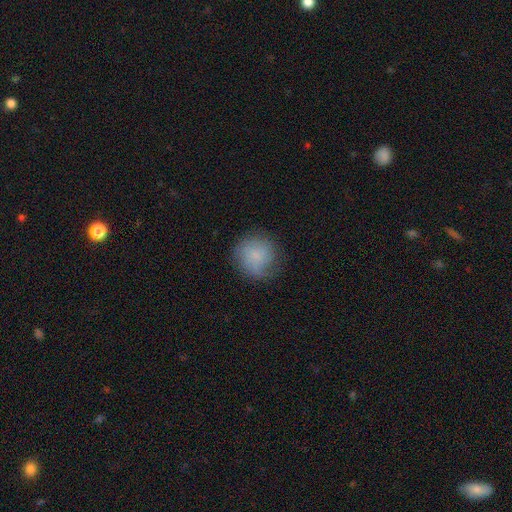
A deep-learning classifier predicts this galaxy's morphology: A smooth galaxy with no disk features (72%) that is round (91%).

Vote fractions:
- Smooth or featured? smooth: 72% / featured or disk: 20% / star or artifact: 8%
- How rounded? round: 91% / in between: 8% / cigar-shaped: 1%
- Merging? none: 71% / minor disturbance: 20% / major disturbance: 8% / merger: 1%